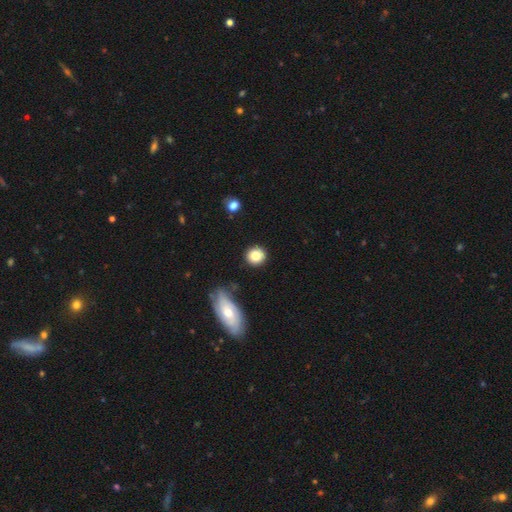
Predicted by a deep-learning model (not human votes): Smooth or featured?
  - smooth: 83% *
  - featured or disk: 9%
  - star or artifact: 9%
How rounded?
  - round: 85% *
  - in between: 14%
  - cigar-shaped: 1%
Merging?
  - none: 86% *
  - minor disturbance: 9%
  - merger: 3%
  - major disturbance: 3%